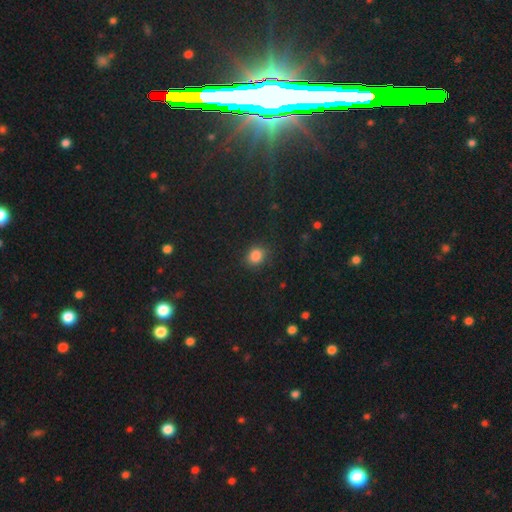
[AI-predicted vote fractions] Smooth or featured? smooth (84%)
How rounded? round (61%)
Merging? none (84%)